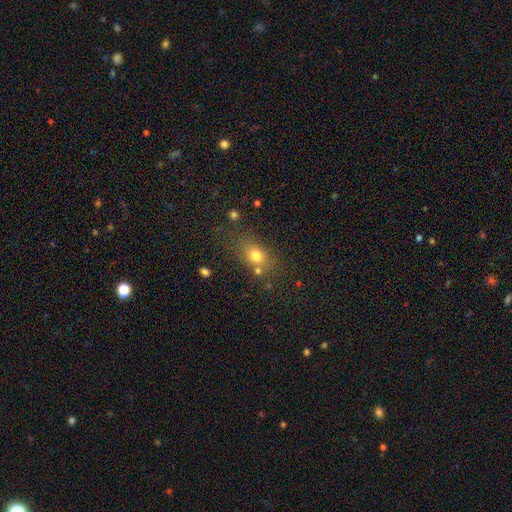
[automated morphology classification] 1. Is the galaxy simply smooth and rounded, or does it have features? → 75% smooth, 13% star or artifact, 11% featured or disk.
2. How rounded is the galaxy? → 65% in between, 32% round, 4% cigar-shaped.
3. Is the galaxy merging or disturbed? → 64% none, 17% minor disturbance, 11% merger, 8% major disturbance.